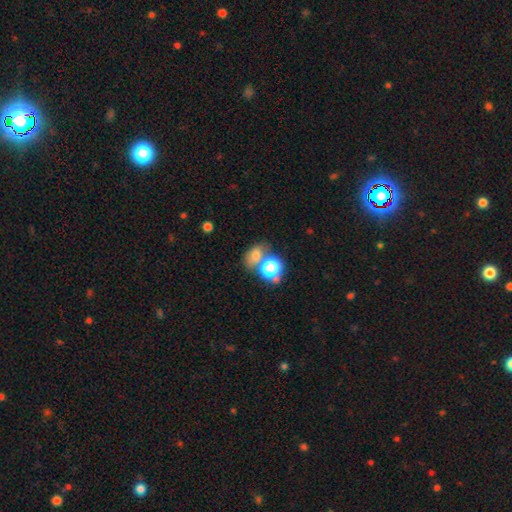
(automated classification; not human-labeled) This appears to be a smooth galaxy with no disk features (67%) that is in between round and cigar-shaped (60%). Merging: none (45%).